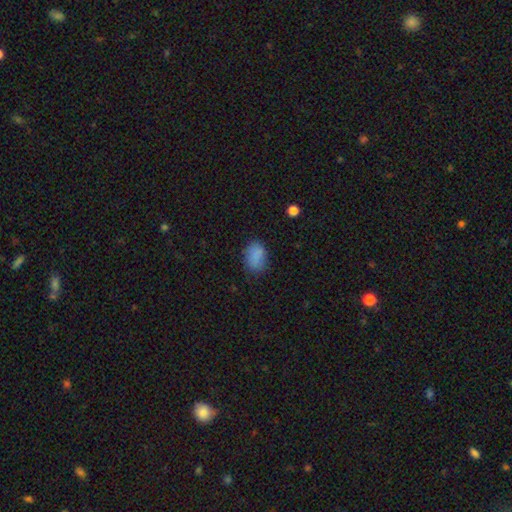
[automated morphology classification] Smooth or featured? smooth (83%)
How rounded? in between (80%)
Merging? none (75%)